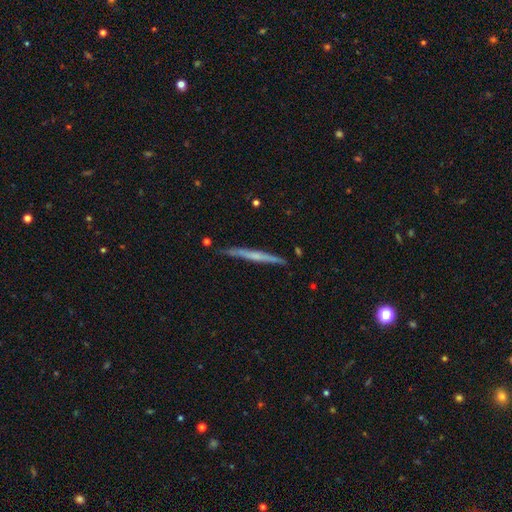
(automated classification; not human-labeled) Q: Smooth or featured?
A: featured or disk (56%); runner-up: smooth (39%)
Q: Edge-on disk?
A: yes (97%); runner-up: no (3%)
Q: Edge-on bulge?
A: none (71%); runner-up: rounded (20%)
Q: Merging?
A: none (86%); runner-up: minor disturbance (11%)